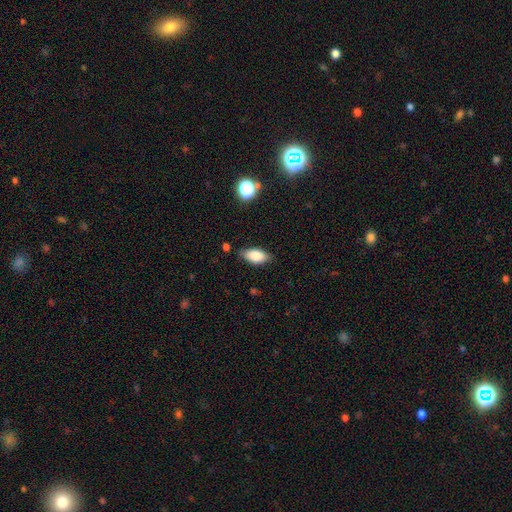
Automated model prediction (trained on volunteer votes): Morphology: type=smooth (83%); roundness=in between (90%); merging=none (79%).